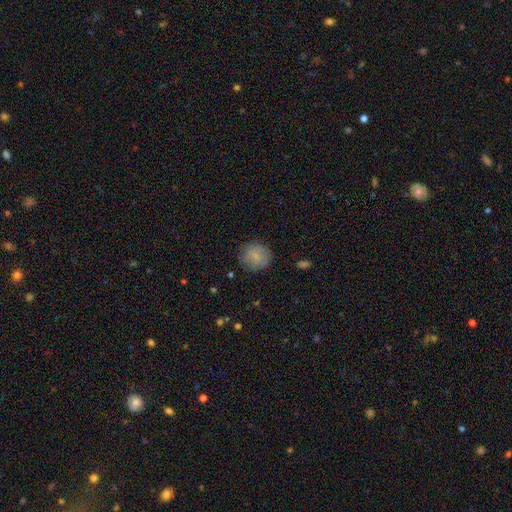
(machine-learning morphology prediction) This is likely a smooth galaxy (78%). How rounded: clearly round (87%). Merging: likely none (78%).